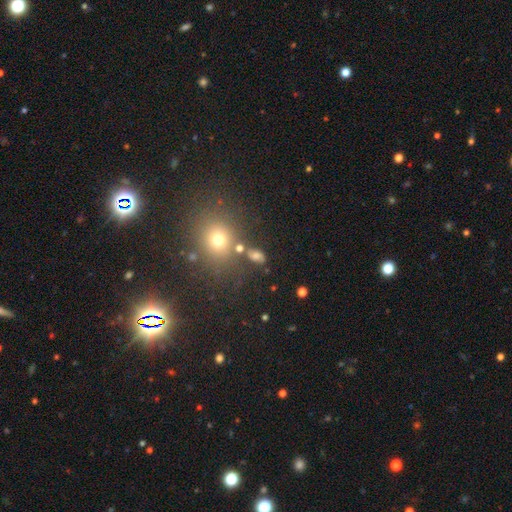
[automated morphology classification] smooth-or-featured: smooth: 67% | star or artifact: 19% | featured or disk: 14%
  how-rounded: in between: 75% | round: 20% | cigar-shaped: 5%
  merging: none: 67% | minor disturbance: 15% | merger: 11% | major disturbance: 8%